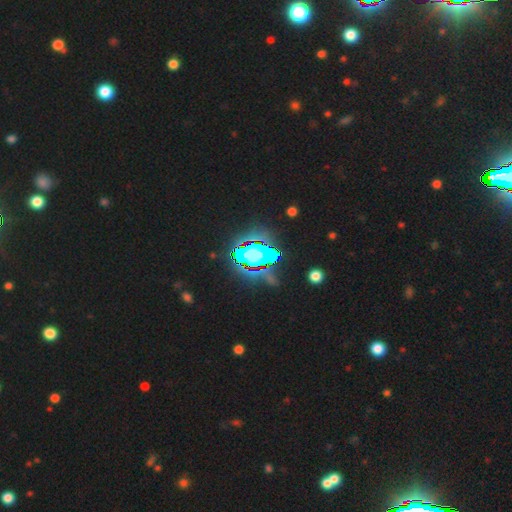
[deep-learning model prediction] Smooth or featured? star or artifact (84%)